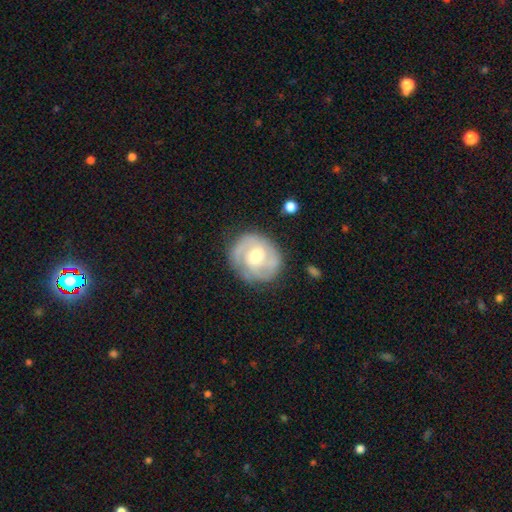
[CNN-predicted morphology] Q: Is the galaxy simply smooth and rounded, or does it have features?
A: featured or disk — 73%.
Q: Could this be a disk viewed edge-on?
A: no — 98%.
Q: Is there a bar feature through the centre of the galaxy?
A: no — 55%.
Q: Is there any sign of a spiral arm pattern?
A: yes — 87%.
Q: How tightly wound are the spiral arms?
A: tight — 53%.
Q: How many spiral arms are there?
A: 2 — 44%.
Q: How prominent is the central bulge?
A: moderate — 70%.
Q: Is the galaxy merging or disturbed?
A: none — 75%.